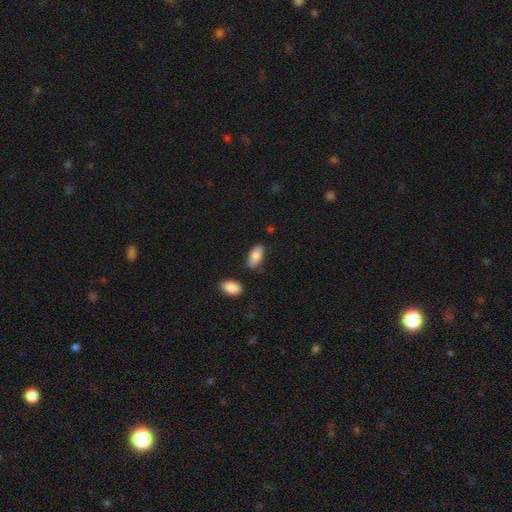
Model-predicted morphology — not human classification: A smooth galaxy with no disk features (84%) that is in between round and cigar-shaped (92%). Merging: none (77%).